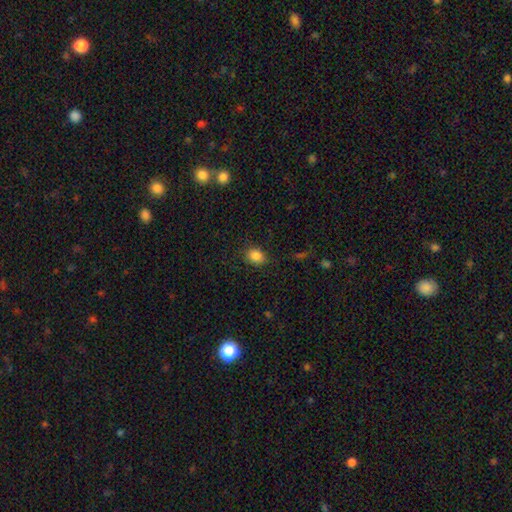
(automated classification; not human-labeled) Overall: smooth (85%). How rounded: round (53%; in between 46%). Merging: none (83%).